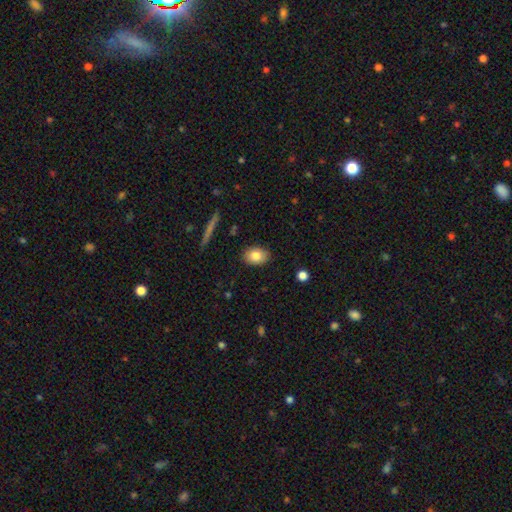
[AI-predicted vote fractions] The model was most divided on "how rounded": in between: 71%, round: 27%, cigar-shaped: 2%. More confident: merging — none (87%); smooth or featured — smooth (82%).